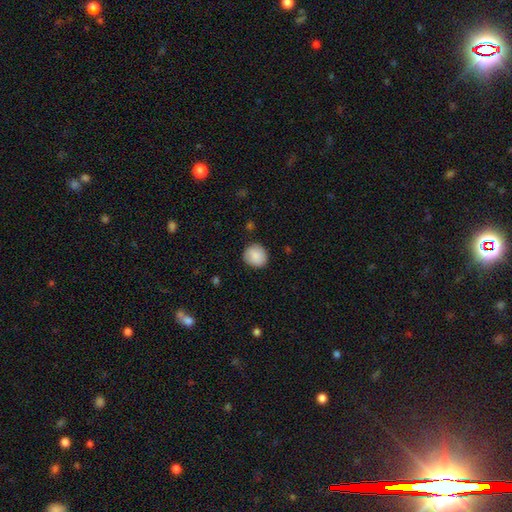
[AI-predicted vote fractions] Overall: smooth (89%). How rounded: round (86%). Merging: none (87%).